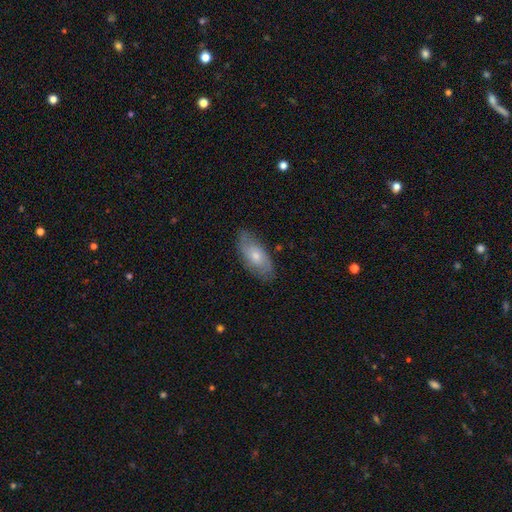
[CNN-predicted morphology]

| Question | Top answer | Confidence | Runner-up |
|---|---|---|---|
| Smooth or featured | smooth | 47% | tied: featured or disk (47%) |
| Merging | none | 78% | minor disturbance (17%) |